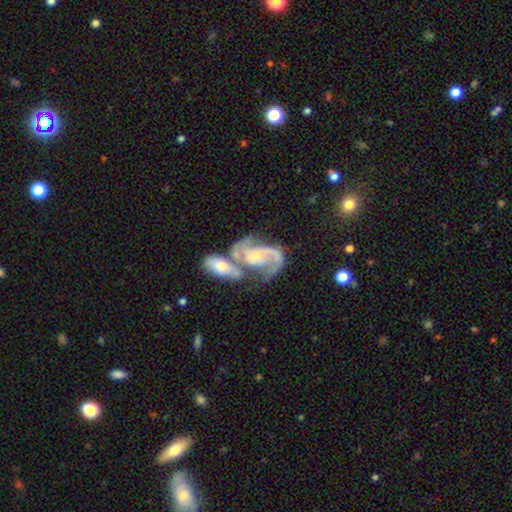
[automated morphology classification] smooth-or-featured: featured or disk: 88% | smooth: 6% | star or artifact: 6%
  disk-edge-on: no: 97% | yes: 3%
    bar: no: 55% | weak: 34% | strong: 11%
    has-spiral-arms: yes: 97% | no: 3%
      spiral-winding: medium: 54% | tight: 26% | loose: 20%
      spiral-arm-count: 2: 82% | can't tell: 5% | 3: 5% | 1: 5% | 4: 2% | more than 4: 2%
    bulge-size: small: 58% | moderate: 30% | none: 7% | large: 3% | dominant: 1%
  merging: merger: 50% | none: 27% | minor disturbance: 12% | major disturbance: 11%